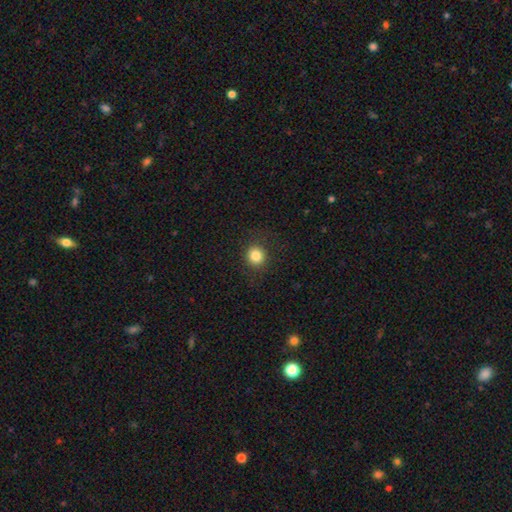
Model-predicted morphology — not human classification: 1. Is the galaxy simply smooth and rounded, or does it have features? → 84% smooth, 11% star or artifact, 5% featured or disk.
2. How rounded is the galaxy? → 89% round, 10% in between, 1% cigar-shaped.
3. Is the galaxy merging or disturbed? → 89% none, 7% minor disturbance, 3% major disturbance, 1% merger.